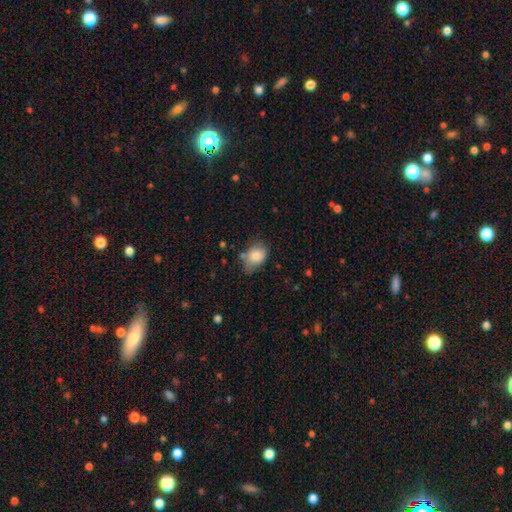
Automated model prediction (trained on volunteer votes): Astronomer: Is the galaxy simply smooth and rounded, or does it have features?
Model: smooth — 82%.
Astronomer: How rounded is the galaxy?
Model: in between — 64%.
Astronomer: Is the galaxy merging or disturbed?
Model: none — 55% (runner-up: minor disturbance, 31%).